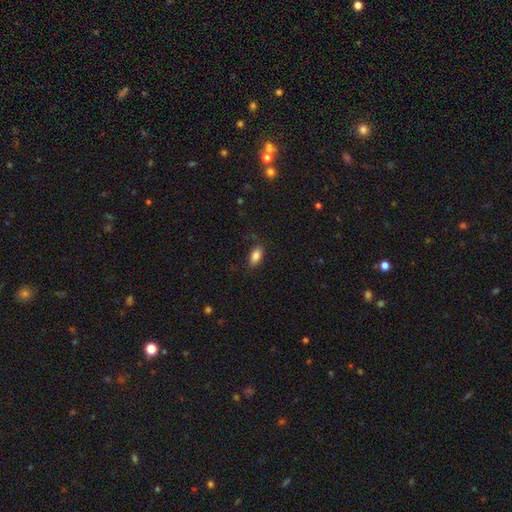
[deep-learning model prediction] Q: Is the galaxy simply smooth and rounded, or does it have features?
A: smooth — 86%.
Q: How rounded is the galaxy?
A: in between — 90%.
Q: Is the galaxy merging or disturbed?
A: none — 80%.